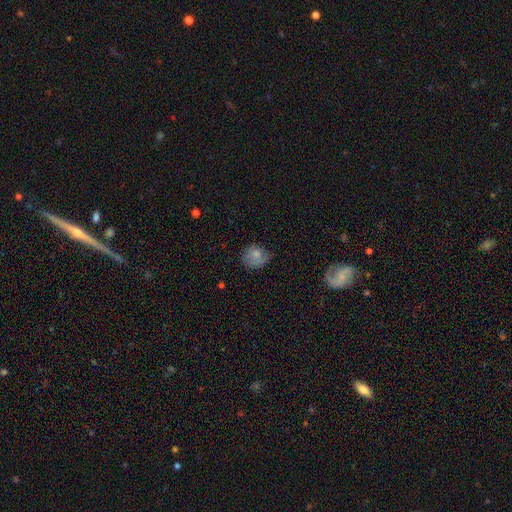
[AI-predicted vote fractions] Morphology: type=smooth (73%); roundness=round (68%); merging=none (50%).